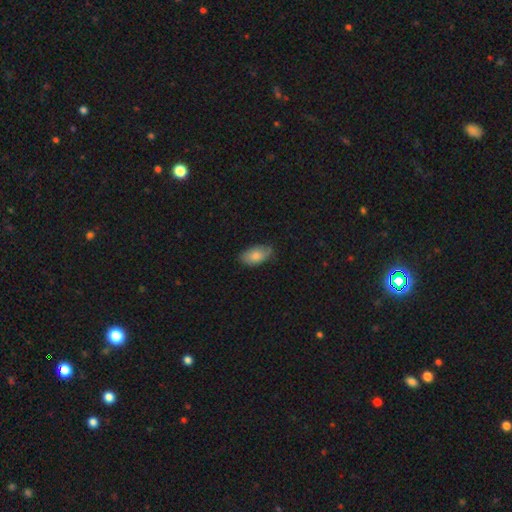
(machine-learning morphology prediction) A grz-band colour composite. It shows a smooth galaxy with no disk features (80%) that is in between round and cigar-shaped (93%). Merging: none (68%).